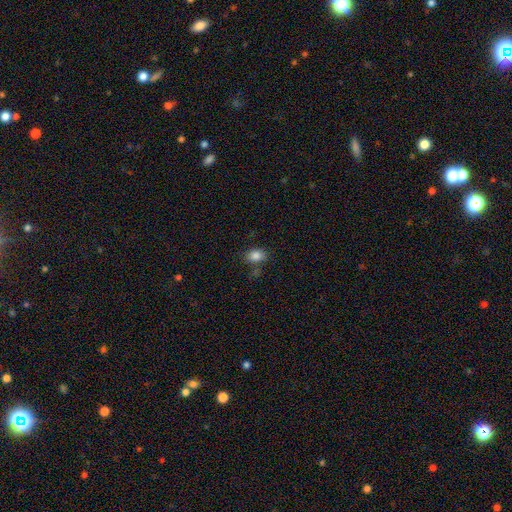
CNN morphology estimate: smooth 84%, star or artifact 10%, featured or disk 6%. Down the decision tree: how rounded — in between (75%); merging — none (73%).